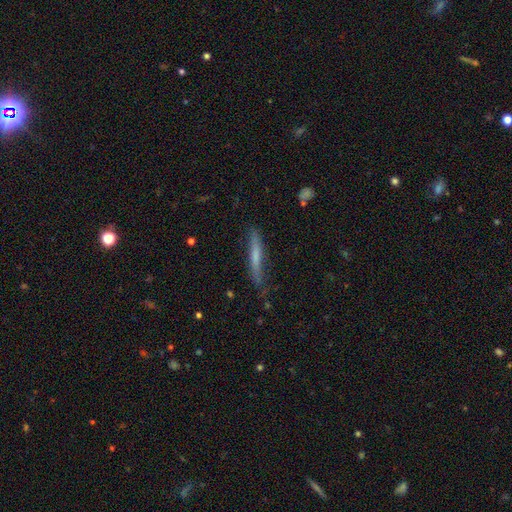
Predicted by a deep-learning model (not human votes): Q: Smooth or featured?
A: smooth (53%); runner-up: featured or disk (40%)
Q: How rounded?
A: cigar-shaped (94%); runner-up: in between (5%)
Q: Merging?
A: none (73%); runner-up: minor disturbance (21%)